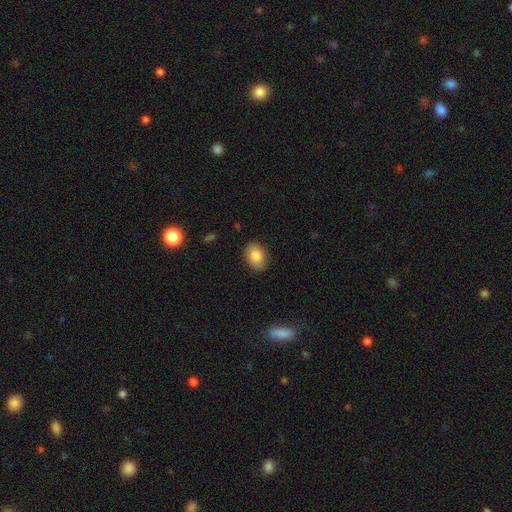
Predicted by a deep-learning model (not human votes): Smooth or featured?
  - smooth: 85% *
  - featured or disk: 8%
  - star or artifact: 8%
How rounded?
  - in between: 71% *
  - round: 28%
  - cigar-shaped: 1%
Merging?
  - none: 87% *
  - minor disturbance: 10%
  - major disturbance: 2%
  - merger: 1%